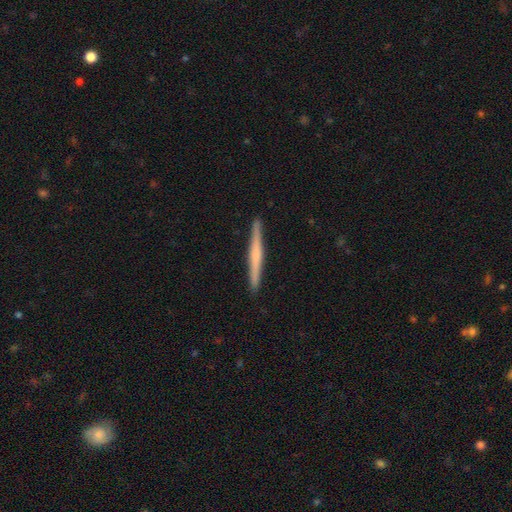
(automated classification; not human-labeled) Smooth or featured?
  - featured or disk: 55% *
  - smooth: 39%
  - star or artifact: 5%
Edge-on disk?
  - yes: 98% *
  - no: 2%
Edge-on bulge?
  - none: 46% *
  - rounded: 41%
  - boxy: 14%
Merging?
  - none: 93% *
  - minor disturbance: 5%
  - major disturbance: 1%
  - merger: 1%